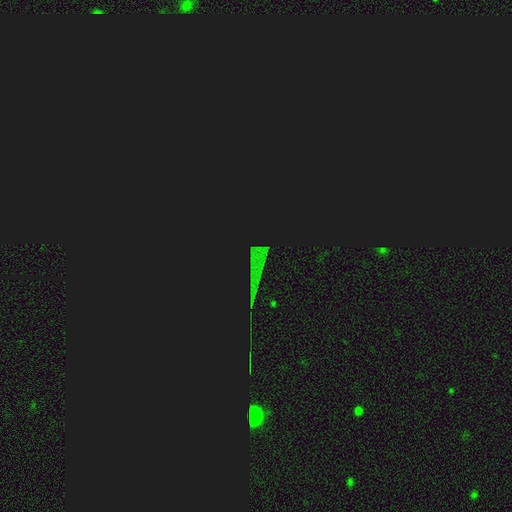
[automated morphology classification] star or artifact 84%, smooth 9%, featured or disk 7%.